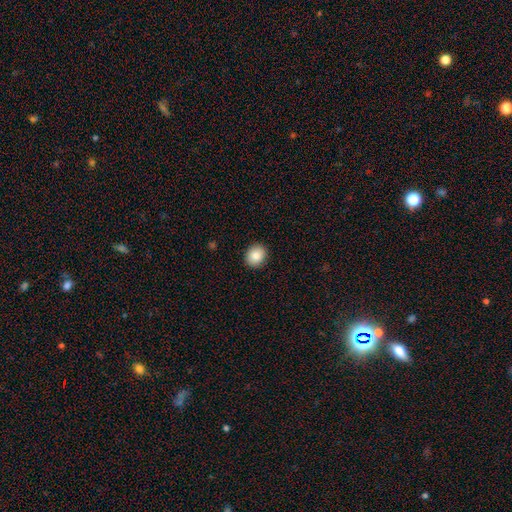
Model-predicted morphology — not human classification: A smooth galaxy with no disk features (85%) that is round (66%).

Vote fractions:
- Smooth or featured? smooth: 85% / star or artifact: 8% / featured or disk: 6%
- How rounded? round: 66% / in between: 33% / cigar-shaped: 1%
- Merging? none: 91% / minor disturbance: 6% / major disturbance: 2% / merger: 1%